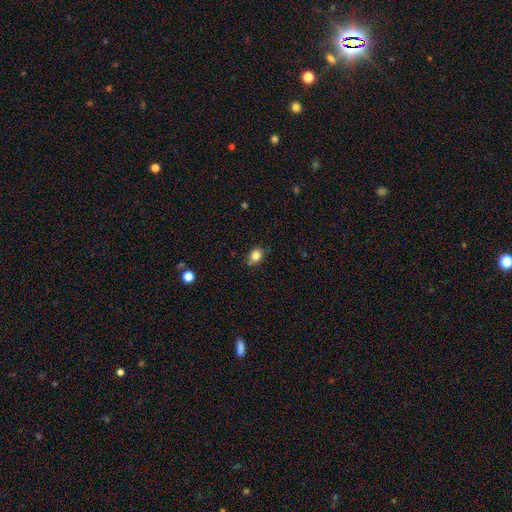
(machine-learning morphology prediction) Smooth or featured: smooth — 84% (star or artifact — 10%)
How rounded: in between — 52% (round — 47%)
Merging: none — 80% (minor disturbance — 15%)